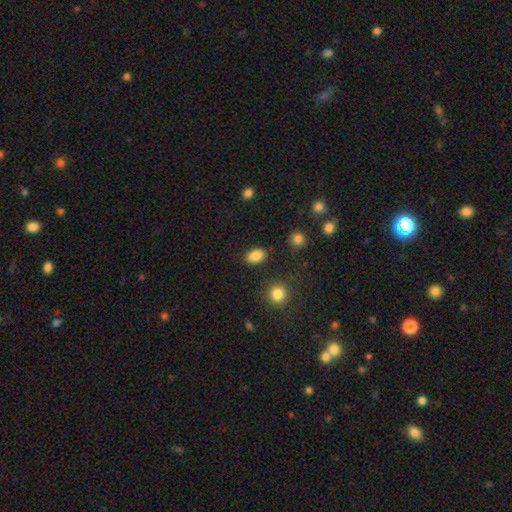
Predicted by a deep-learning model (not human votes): Smooth or featured?
  - smooth: 86% *
  - star or artifact: 9%
  - featured or disk: 5%
How rounded?
  - in between: 87% *
  - round: 11%
  - cigar-shaped: 2%
Merging?
  - none: 87% *
  - minor disturbance: 9%
  - major disturbance: 3%
  - merger: 2%